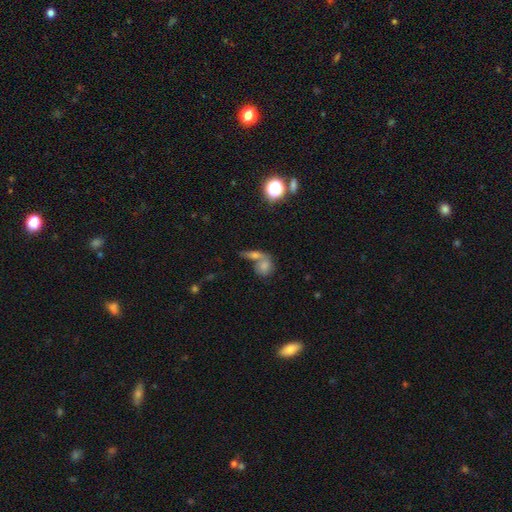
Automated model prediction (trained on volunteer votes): Smooth or featured: smooth — 60% (featured or disk — 21%)
How rounded: round — 44% (in between — 43%)
Merging: merger — 50% (none — 35%)